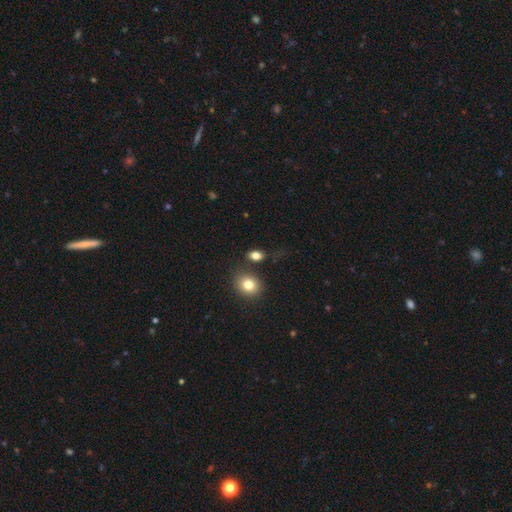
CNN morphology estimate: Smooth or featured: smooth — 81% (star or artifact — 11%)
How rounded: in between — 71% (round — 27%)
Merging: none — 72% (minor disturbance — 13%)